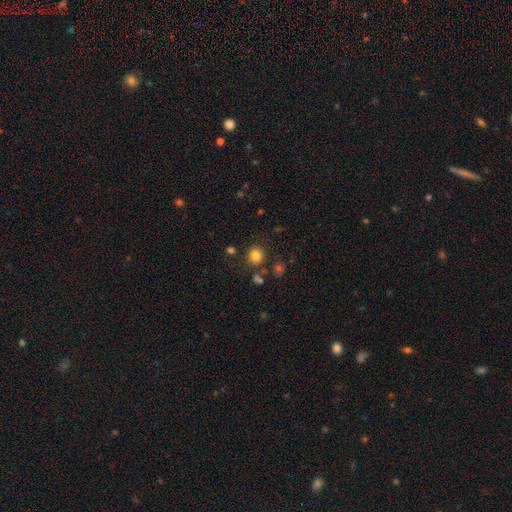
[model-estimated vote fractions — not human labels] smooth 80%, star or artifact 14%, featured or disk 6%. Down the decision tree: how rounded — round (89%); merging — none (84%).